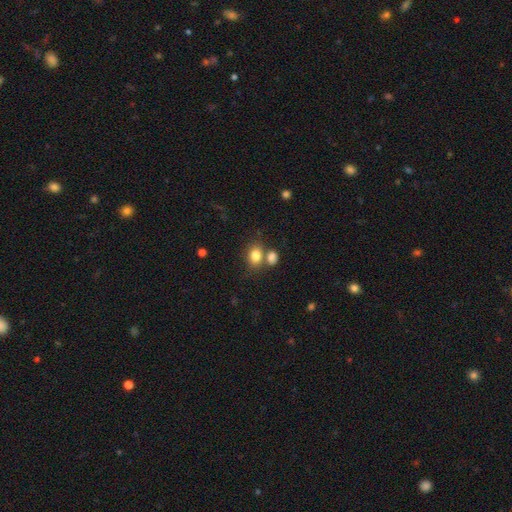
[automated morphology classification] A smooth galaxy with no disk features (81%) that is in between round and cigar-shaped (58%).

Vote fractions:
- Smooth or featured? smooth: 81% / star or artifact: 10% / featured or disk: 8%
- How rounded? in between: 58% / round: 41% / cigar-shaped: 1%
- Merging? none: 54% / merger: 30% / minor disturbance: 12% / major disturbance: 4%